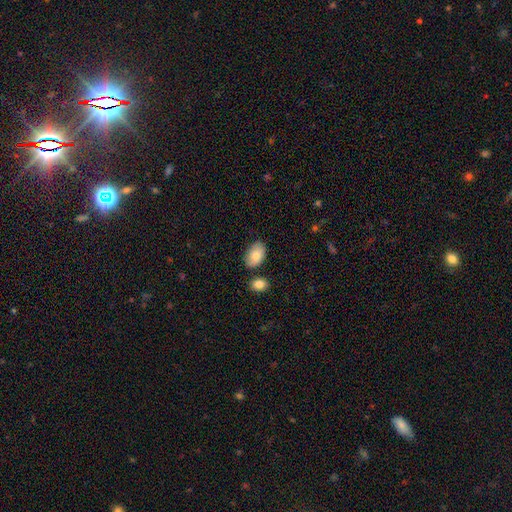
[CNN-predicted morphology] Q: Smooth or featured?
A: smooth (80%); runner-up: featured or disk (13%)
Q: How rounded?
A: in between (89%); runner-up: round (9%)
Q: Merging?
A: none (73%); runner-up: minor disturbance (17%)